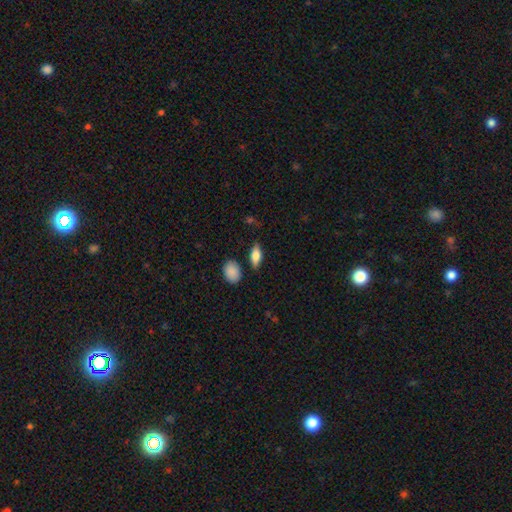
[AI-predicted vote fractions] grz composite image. It shows a smooth galaxy with no disk features (70%) that is in between round and cigar-shaped (77%). Merging: none (80%).